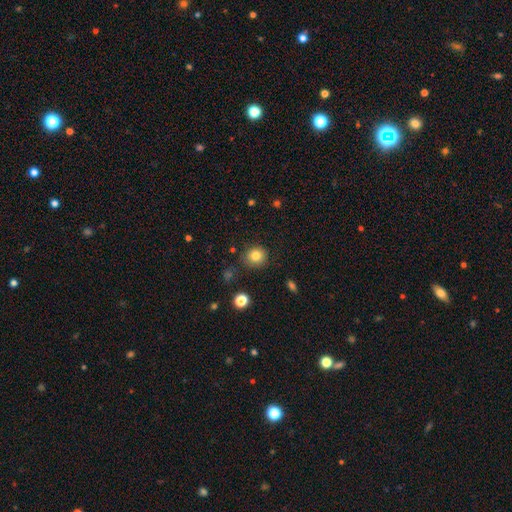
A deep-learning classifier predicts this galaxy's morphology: smooth-or-featured: smooth: 81% | star or artifact: 11% | featured or disk: 7%
  how-rounded: round: 87% | in between: 12% | cigar-shaped: 1%
  merging: none: 85% | minor disturbance: 10% | major disturbance: 3% | merger: 2%